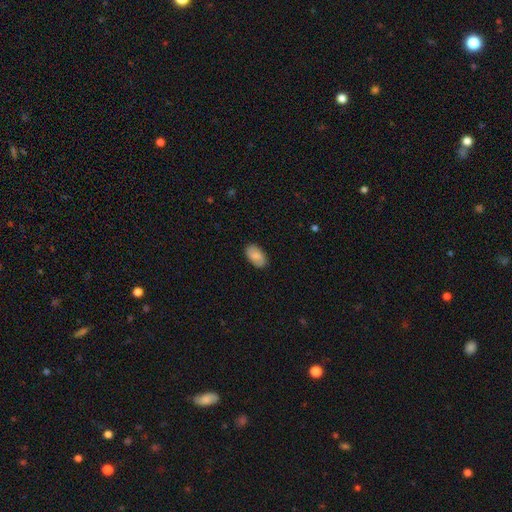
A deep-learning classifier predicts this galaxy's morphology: The model was most divided on "smooth or featured": smooth: 69%, featured or disk: 24%, star or artifact: 7%. More confident: how rounded — in between (93%); merging — none (84%).